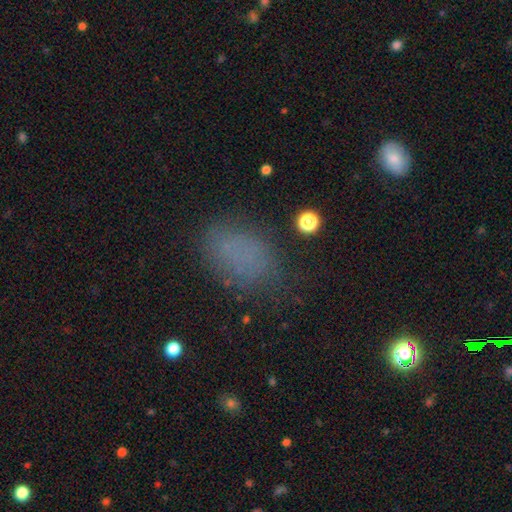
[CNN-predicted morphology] Smooth or featured? Predicted: smooth (p=0.62). How rounded? Predicted: in between (p=0.75). Merging? Predicted: none (p=0.61).